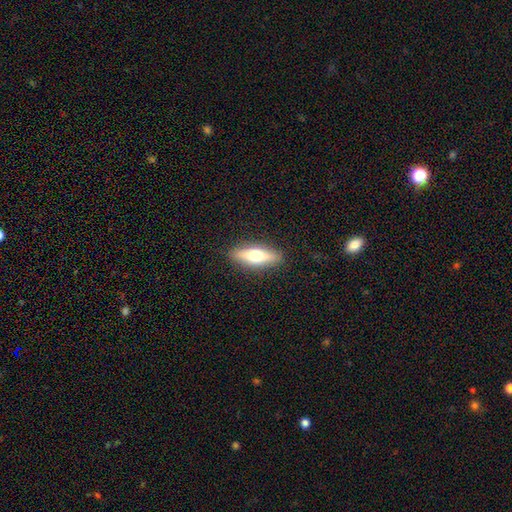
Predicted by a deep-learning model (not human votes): The model was most divided on "smooth or featured": smooth: 55%, featured or disk: 38%, star or artifact: 6%. More confident: merging — none (89%); how rounded — cigar-shaped (58%).